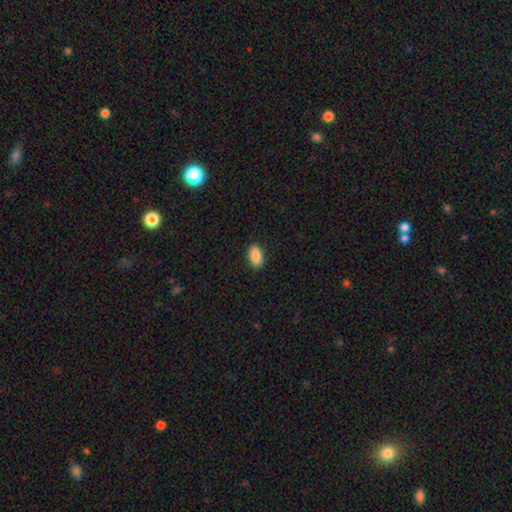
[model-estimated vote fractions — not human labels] Overall: smooth (88%). How rounded: in between (91%). Merging: none (90%).